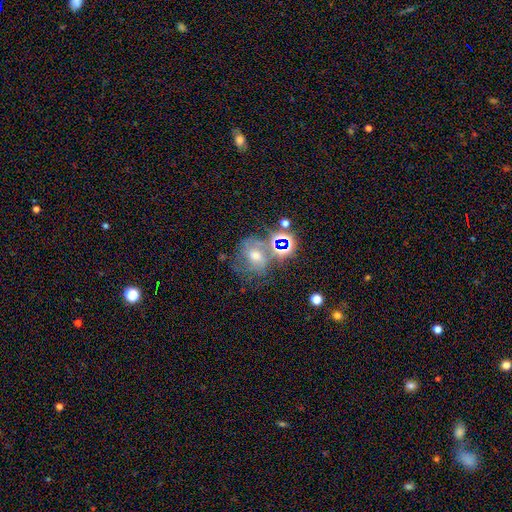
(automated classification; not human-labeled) smooth-or-featured: featured or disk: 40% | star or artifact: 32% | smooth: 28%
  merging: none: 45% | merger: 21% | minor disturbance: 18% | major disturbance: 17%